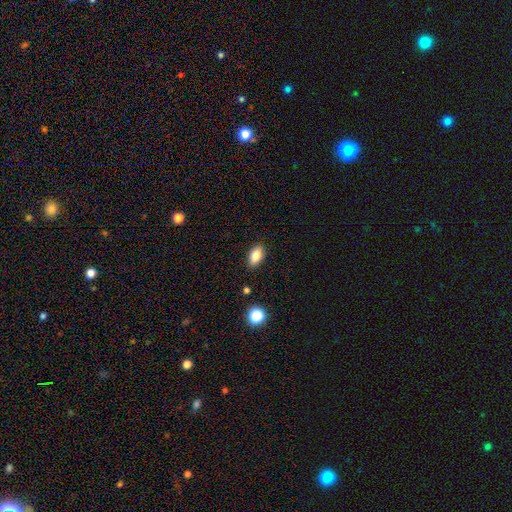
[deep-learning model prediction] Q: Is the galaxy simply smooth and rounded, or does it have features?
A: smooth — 83%.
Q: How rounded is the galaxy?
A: in between — 90%.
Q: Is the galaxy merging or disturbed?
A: none — 87%.